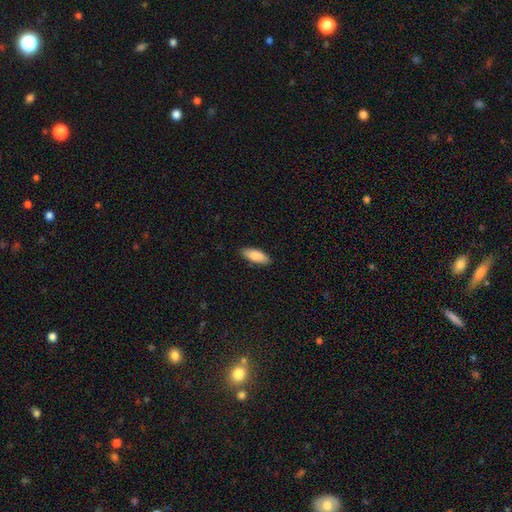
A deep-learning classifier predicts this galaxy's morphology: smooth_or_featured: smooth (p=0.87) [alt: featured or disk p=0.07]
how_rounded: in between (p=0.74) [alt: cigar-shaped p=0.24]
merging: none (p=0.88) [alt: minor disturbance p=0.09]